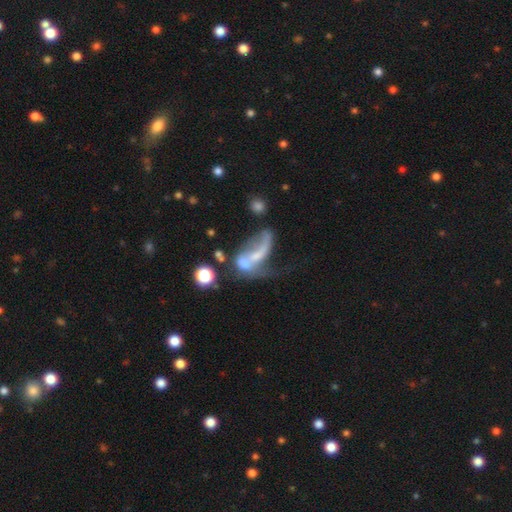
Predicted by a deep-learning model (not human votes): The model was most divided on "bulge size" (2-way tie): none: 36%, small: 36%, moderate: 22%, large: 4%, dominant: 2%; "merging" (2-way tie): major disturbance: 34%, merger: 34%, none: 19%, minor disturbance: 13%. More confident: edge-on disk — no (92%); smooth or featured — featured or disk (60%); bar — no (59%); spiral arms — no (54%).